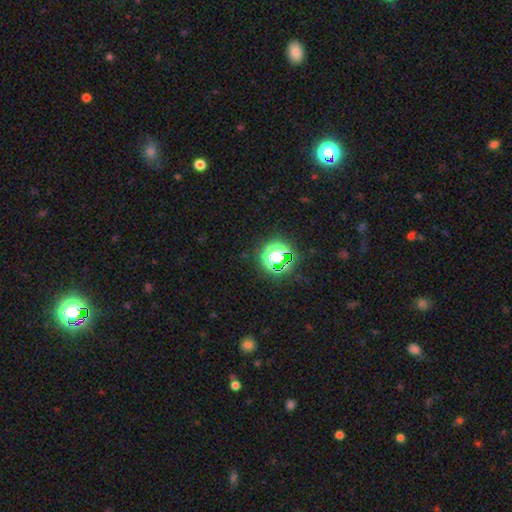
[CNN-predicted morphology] Smooth or featured?
  - star or artifact: 75% *
  - smooth: 18%
  - featured or disk: 7%